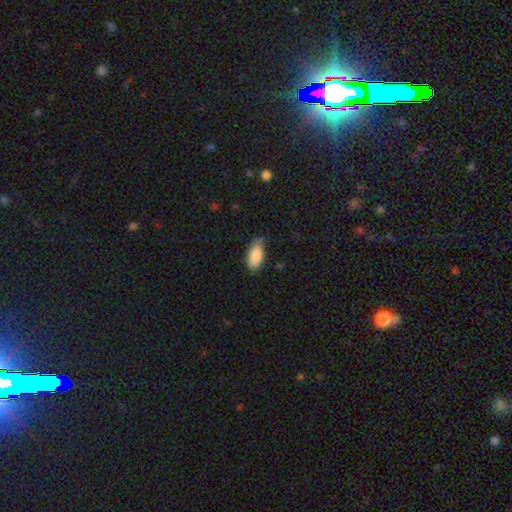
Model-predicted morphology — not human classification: smooth 87%, featured or disk 7%, star or artifact 6%. Down the decision tree: how rounded — in between (90%); merging — none (61%).